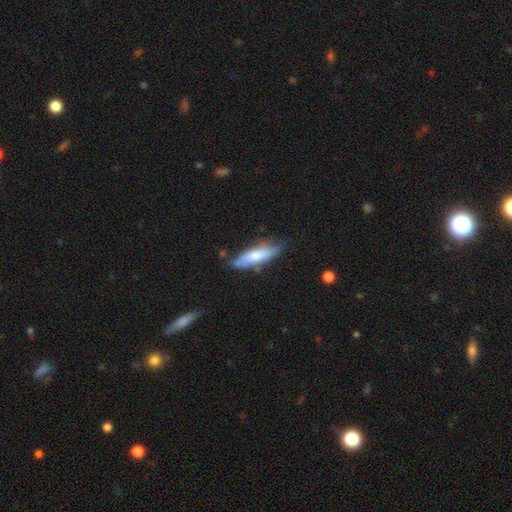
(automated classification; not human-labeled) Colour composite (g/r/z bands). It shows a smooth galaxy with no disk features (62%) that is cigar-shaped (53%). Merging: none (64%).